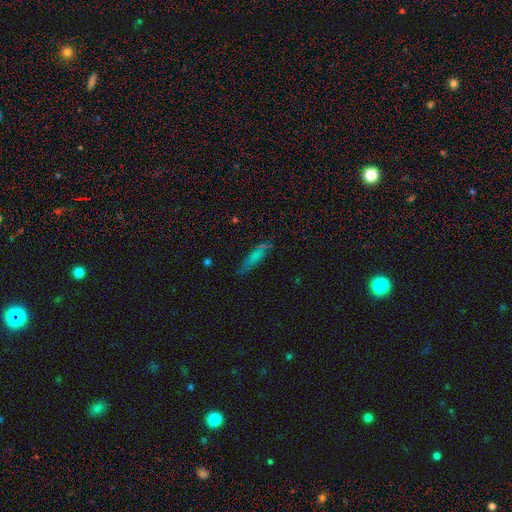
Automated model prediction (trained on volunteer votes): Smooth or featured: smooth — 65% (featured or disk — 22%)
How rounded: cigar-shaped — 67% (in between — 30%)
Merging: none — 67% (minor disturbance — 22%)